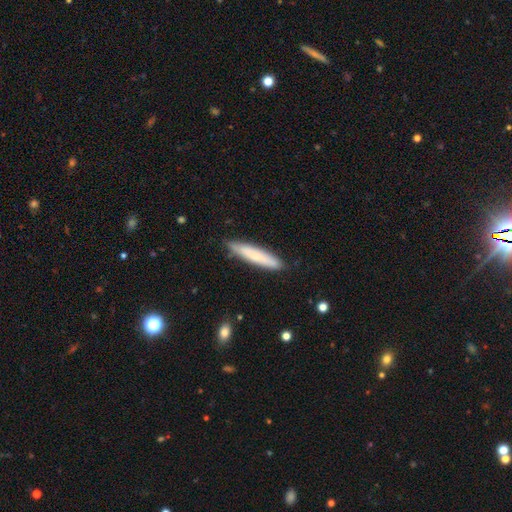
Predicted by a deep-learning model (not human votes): A smooth galaxy with no disk features (71%) that is cigar-shaped (89%). Merging: none (85%).